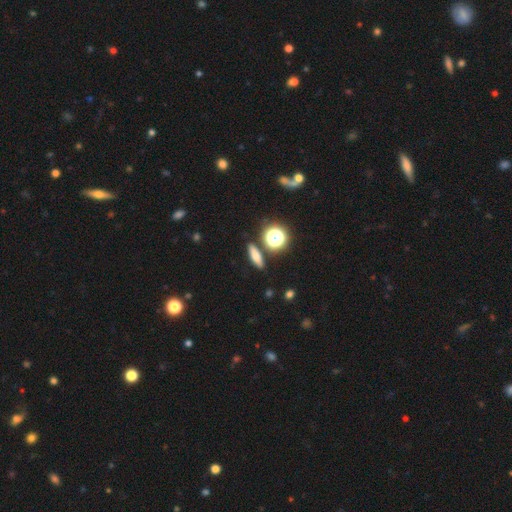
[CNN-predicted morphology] Smooth or featured: smooth — 60% (featured or disk — 23%)
How rounded: cigar-shaped — 48% (in between — 34%)
Merging: none — 84% (minor disturbance — 8%)